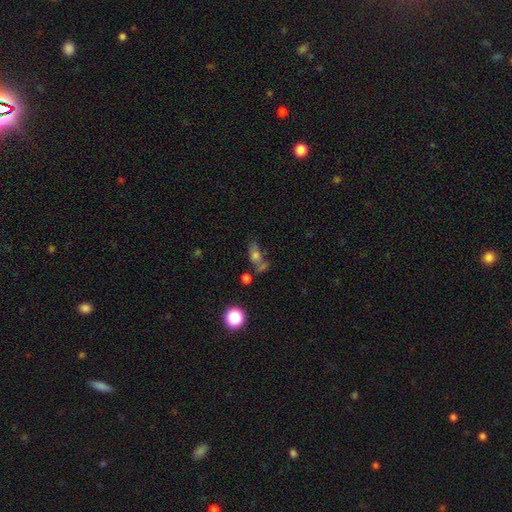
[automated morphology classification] Smooth or featured?
  - smooth: 58% *
  - featured or disk: 22%
  - star or artifact: 20%
How rounded?
  - in between: 63% *
  - round: 23%
  - cigar-shaped: 14%
Merging?
  - none: 41% *
  - merger: 30%
  - minor disturbance: 16%
  - major disturbance: 13%